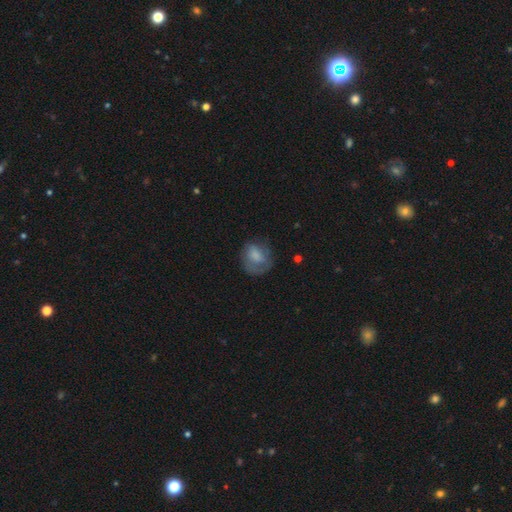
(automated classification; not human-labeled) Overall: smooth (62%; featured or disk 29%). How rounded: round (57%; in between 42%). Merging: none (52%; minor disturbance 26%).